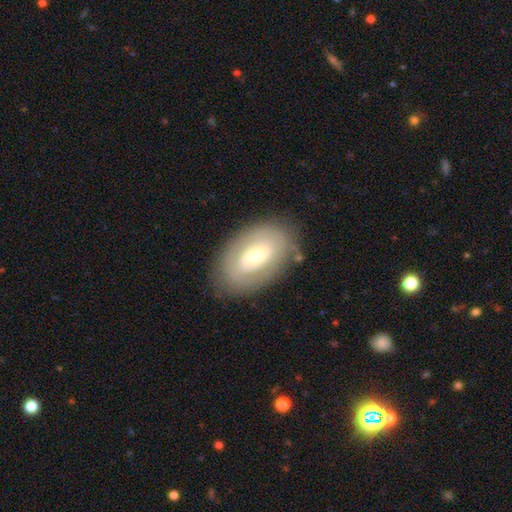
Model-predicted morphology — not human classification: smooth_or_featured: featured or disk (p=0.49) [alt: smooth p=0.45]
merging: none (p=0.78) [alt: minor disturbance p=0.14]